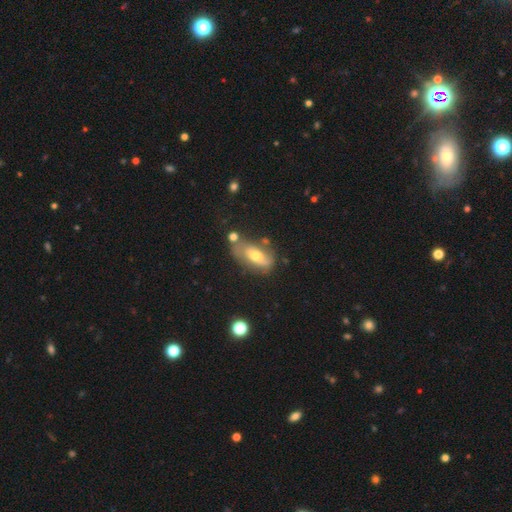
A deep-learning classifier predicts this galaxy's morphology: This appears to be a smooth galaxy with no disk features (49%). Merging: none (54%).